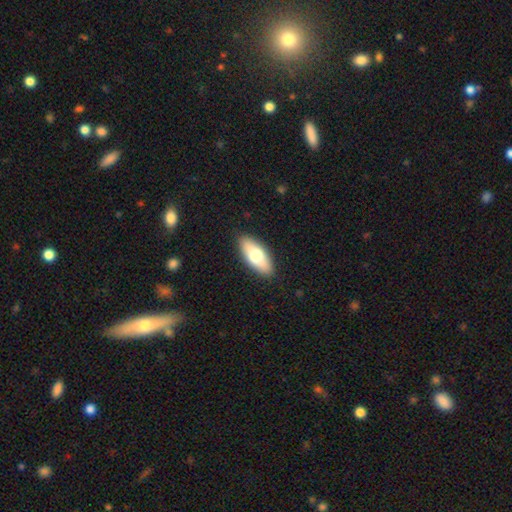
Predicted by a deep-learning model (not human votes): Smooth or featured? smooth (70%)
How rounded? in between (81%)
Merging? none (89%)